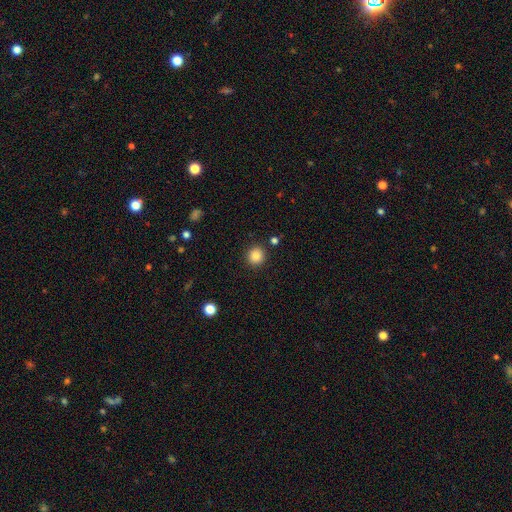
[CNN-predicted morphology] smooth-or-featured: smooth: 85% | star or artifact: 10% | featured or disk: 5%
  how-rounded: round: 92% | in between: 7% | cigar-shaped: 1%
  merging: none: 90% | minor disturbance: 6% | merger: 2% | major disturbance: 2%